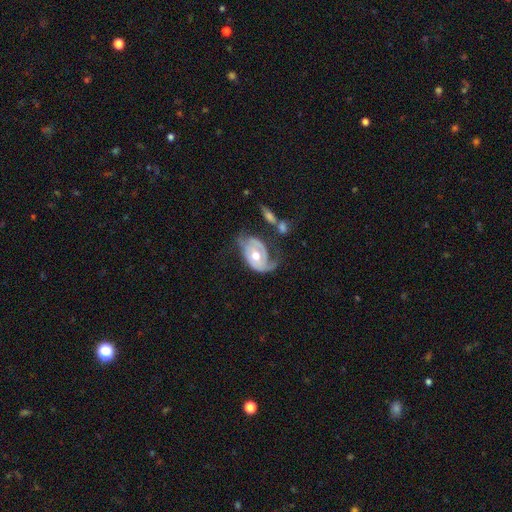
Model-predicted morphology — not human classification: featured or disk 75%, smooth 20%, star or artifact 5%. Down the decision tree: edge-on disk — no (95%); bar — no (73%); spiral arms — yes (79%); spiral arm count — 1 (41%); spiral winding — tight (46%); bulge size — moderate (77%); merging — major disturbance (33%).